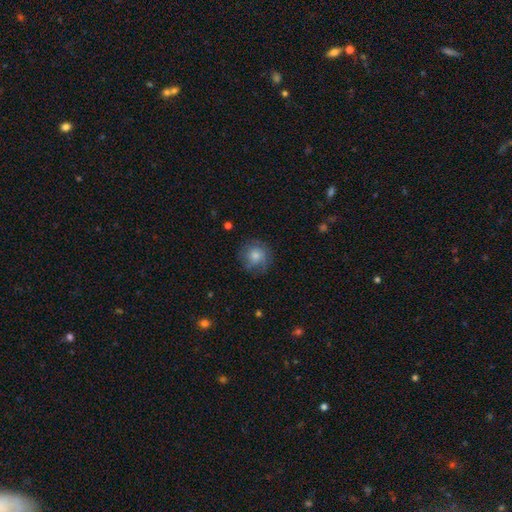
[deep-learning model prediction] Q: Smooth or featured?
A: smooth (76%); runner-up: featured or disk (16%)
Q: How rounded?
A: round (92%); runner-up: in between (7%)
Q: Merging?
A: none (78%); runner-up: minor disturbance (15%)